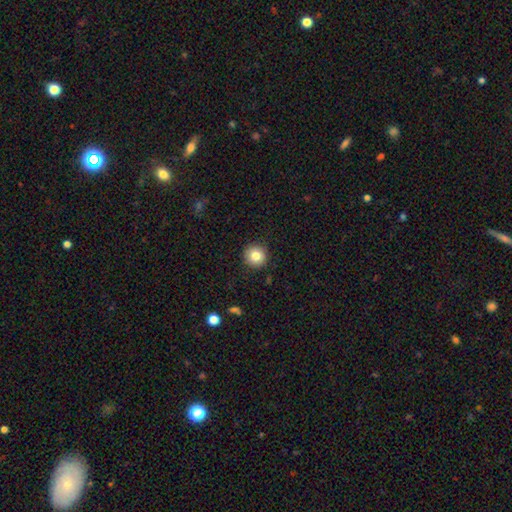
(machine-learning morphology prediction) Smooth or featured: smooth — 83% (star or artifact — 10%)
How rounded: round — 95% (in between — 4%)
Merging: none — 92% (minor disturbance — 5%)